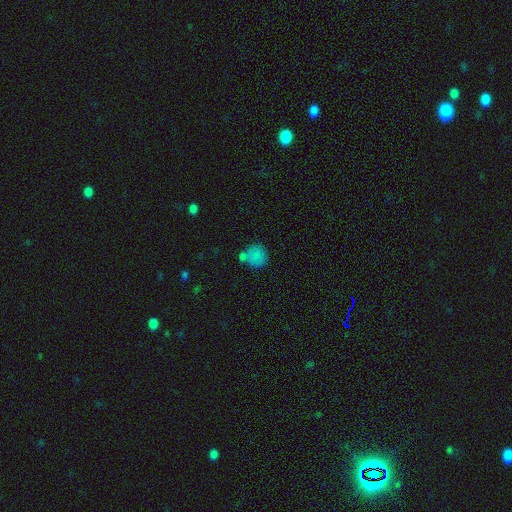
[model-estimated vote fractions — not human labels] Smooth or featured: smooth — 81% (star or artifact — 12%)
How rounded: round — 88% (in between — 11%)
Merging: none — 63% (merger — 19%)